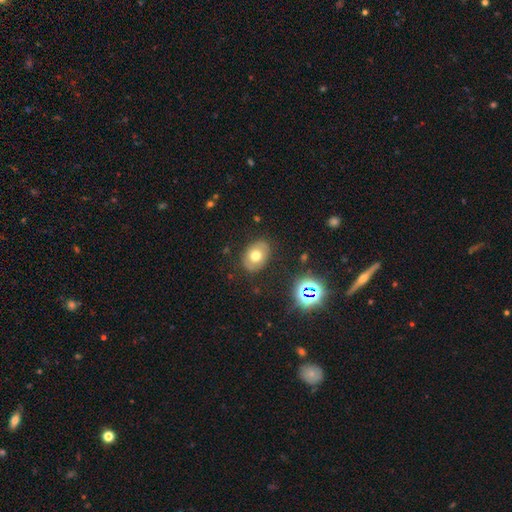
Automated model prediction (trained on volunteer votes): Smooth or featured? Predicted: smooth (p=0.65). How rounded? Predicted: in between (p=0.69). Merging? Predicted: none (p=0.84).